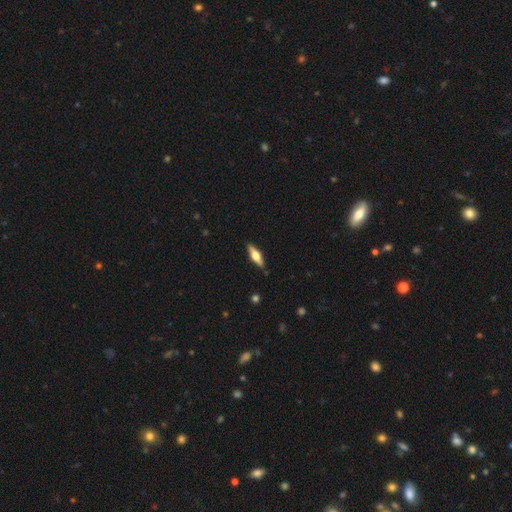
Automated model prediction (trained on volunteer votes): Smooth or featured?
  - featured or disk: 54% *
  - smooth: 40%
  - star or artifact: 6%
Edge-on disk?
  - yes: 94% *
  - no: 6%
Edge-on bulge?
  - rounded: 92% *
  - boxy: 6%
  - none: 2%
Merging?
  - none: 88% *
  - minor disturbance: 9%
  - major disturbance: 2%
  - merger: 1%